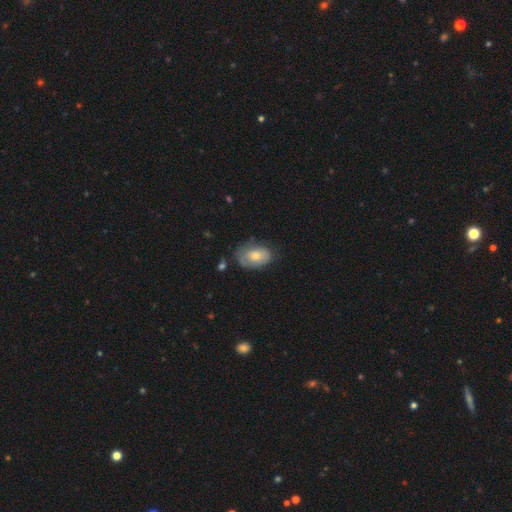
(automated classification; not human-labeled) Smooth or featured? smooth (59%)
How rounded? in between (86%)
Merging? none (60%)